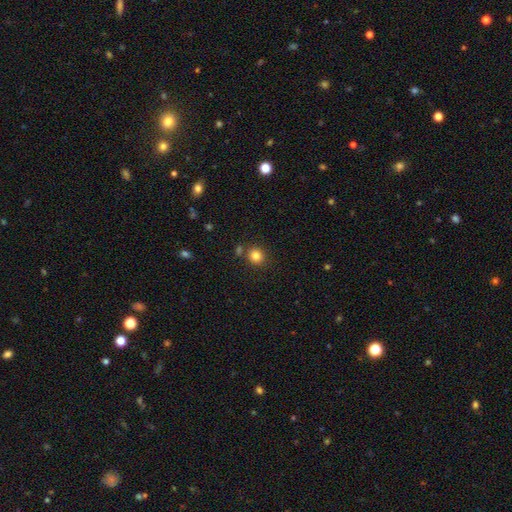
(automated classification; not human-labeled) This is clearly a smooth galaxy (83%). How rounded: clearly round (88%). Merging: clearly none (81%).